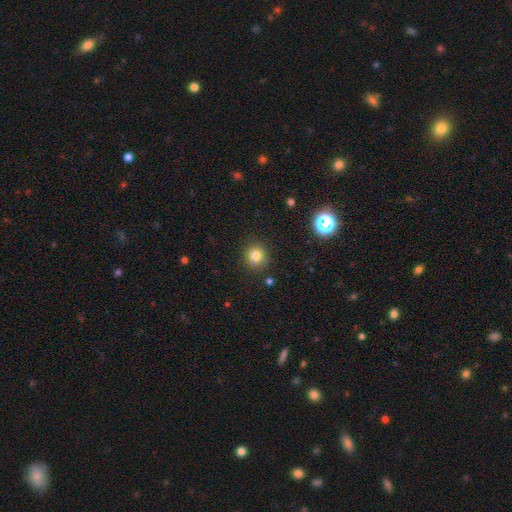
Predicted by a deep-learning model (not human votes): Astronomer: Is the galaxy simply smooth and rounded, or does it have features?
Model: smooth — 80%.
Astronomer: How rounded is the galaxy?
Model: round — 86%.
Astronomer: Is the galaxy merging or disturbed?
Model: none — 85%.